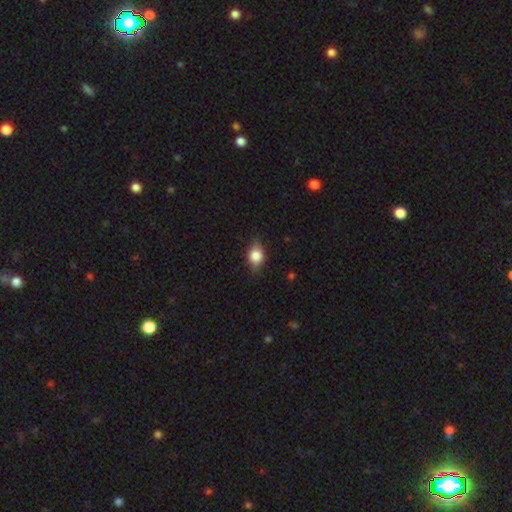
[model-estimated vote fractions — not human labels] Smooth or featured? smooth (81%)
How rounded? in between (65%)
Merging? none (77%)